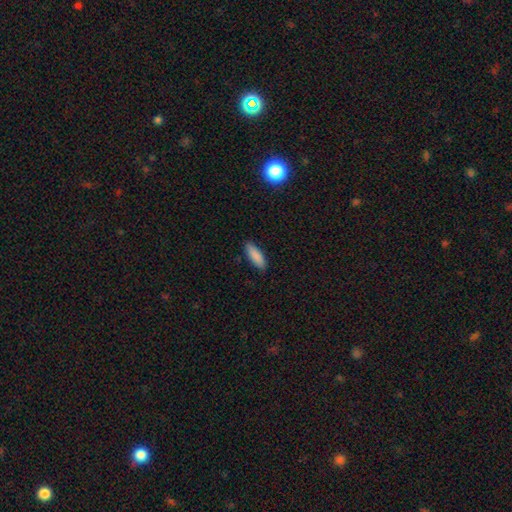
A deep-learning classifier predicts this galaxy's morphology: Overall: smooth (89%). How rounded: in between (61%; cigar-shaped 37%). Merging: none (88%).